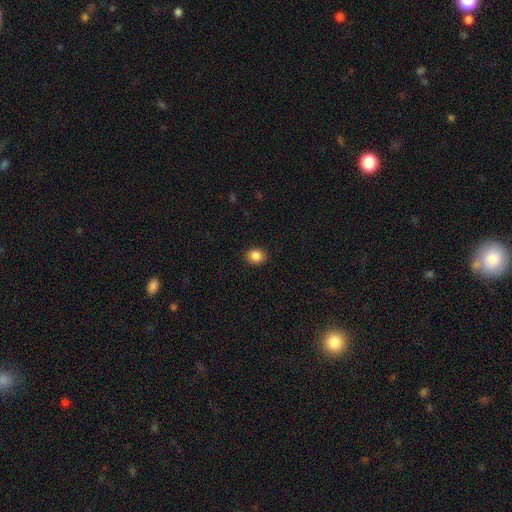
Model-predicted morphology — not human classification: smooth-or-featured: smooth: 87% | star or artifact: 9% | featured or disk: 4%
  how-rounded: round: 59% | in between: 41% | cigar-shaped: 1%
  merging: none: 91% | minor disturbance: 7% | major disturbance: 2% | merger: 1%